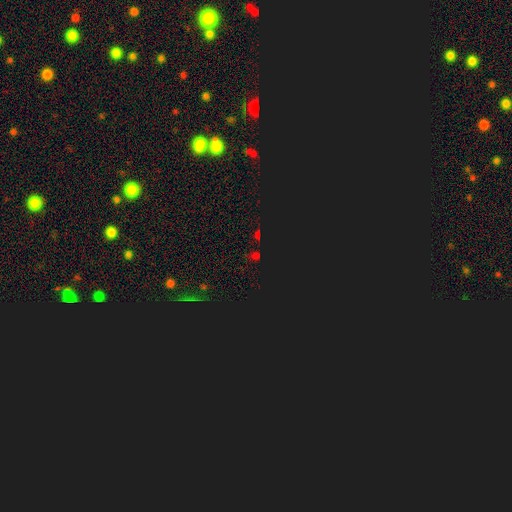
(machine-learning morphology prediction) Smooth or featured? star or artifact (71%)